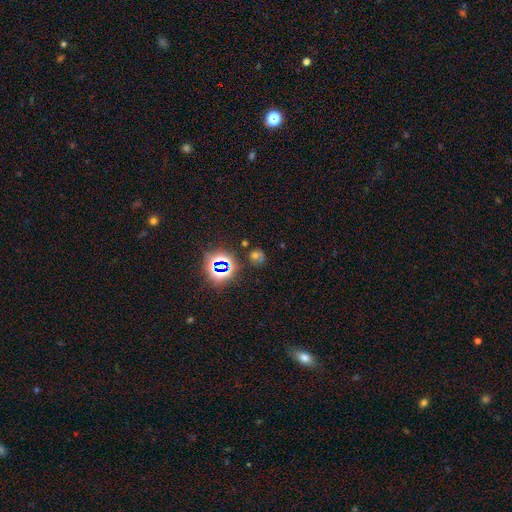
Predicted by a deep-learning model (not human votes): Overall: star or artifact (51%; smooth 37%).